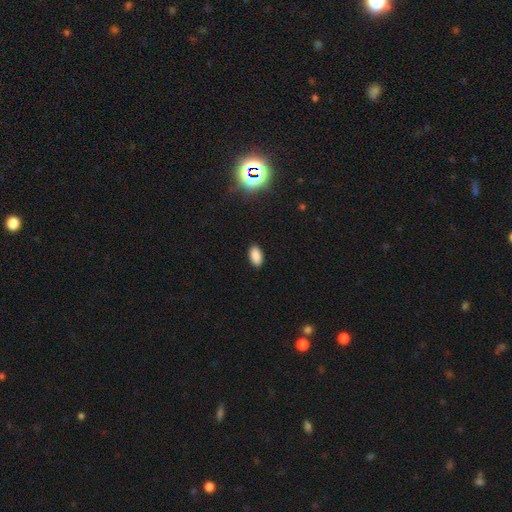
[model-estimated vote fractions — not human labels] smooth-or-featured: smooth: 87% | star or artifact: 10% | featured or disk: 3%
  how-rounded: in between: 93% | round: 4% | cigar-shaped: 3%
  merging: none: 88% | minor disturbance: 9% | major disturbance: 2% | merger: 1%